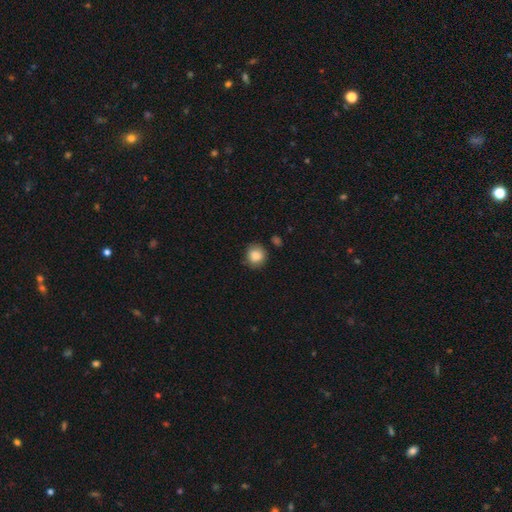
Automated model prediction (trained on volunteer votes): A smooth galaxy with no disk features (86%) that is round (83%). Merging: none (78%).